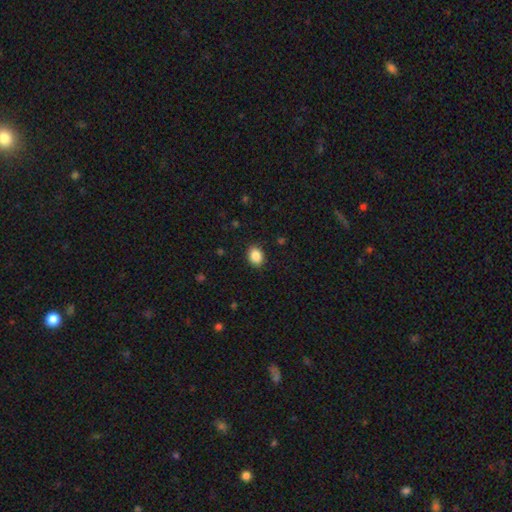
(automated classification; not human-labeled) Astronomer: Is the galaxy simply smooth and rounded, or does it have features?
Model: smooth — 88%.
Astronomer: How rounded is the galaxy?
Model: in between — 63%.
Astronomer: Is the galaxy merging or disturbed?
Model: none — 89%.